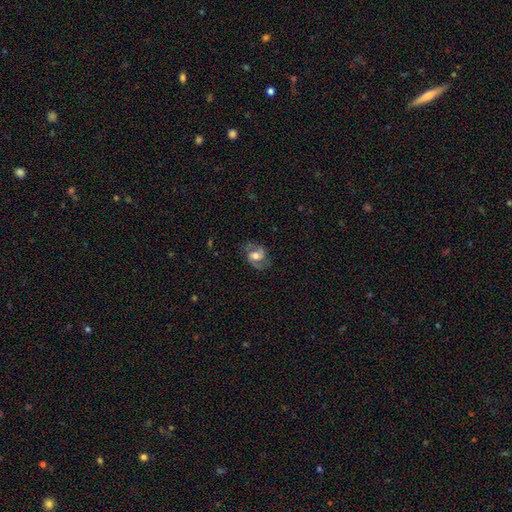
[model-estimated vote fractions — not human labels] This appears to be a featured or disk galaxy (72%) with a weak bar (43%), 2 (88%) medium (52%) spiral arms (90%) and a moderate central bulge (63%). Merging: none (72%).